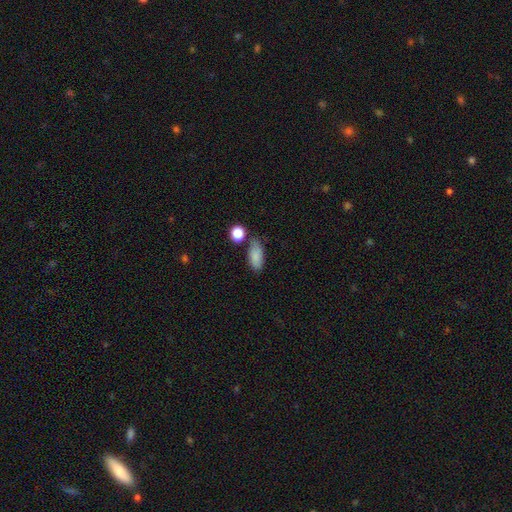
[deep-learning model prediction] Overall: smooth (84%). How rounded: in between (86%). Merging: none (66%).